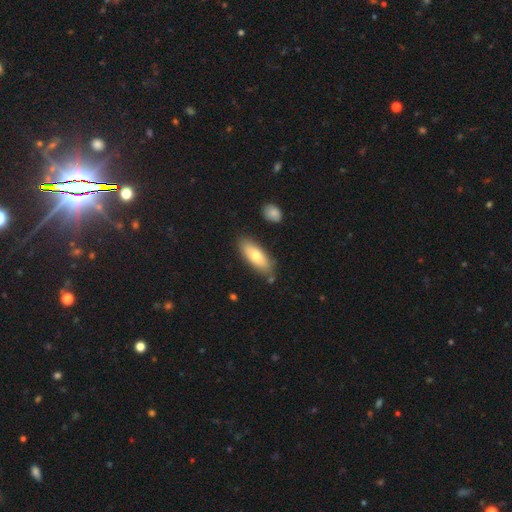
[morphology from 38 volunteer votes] A smooth galaxy with no disk features (74%) that is in between round and cigar-shaped (61%). Merging: none (81%).